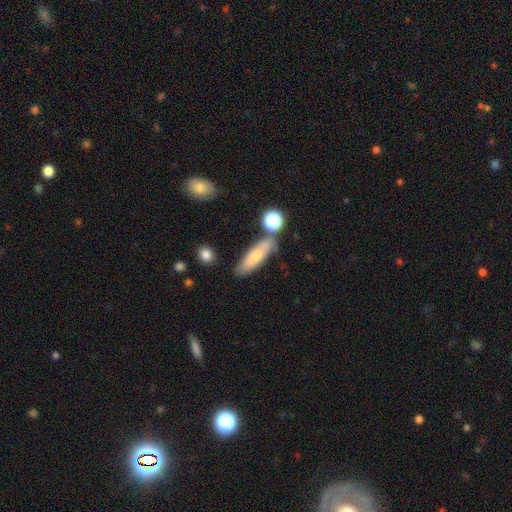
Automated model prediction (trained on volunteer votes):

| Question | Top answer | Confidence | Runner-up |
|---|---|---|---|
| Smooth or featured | smooth | 69% | featured or disk (23%) |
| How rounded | cigar-shaped | 57% | in between (40%) |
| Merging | none | 67% | minor disturbance (17%) |